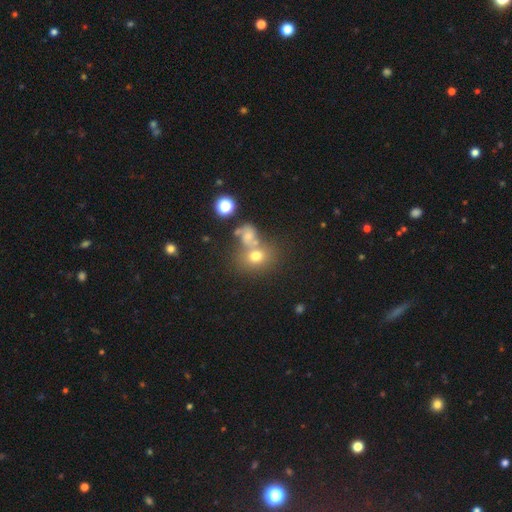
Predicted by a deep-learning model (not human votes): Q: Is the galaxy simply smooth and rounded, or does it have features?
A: smooth — 68%.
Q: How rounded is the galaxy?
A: round — 61%.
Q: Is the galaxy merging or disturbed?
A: none — 44%.